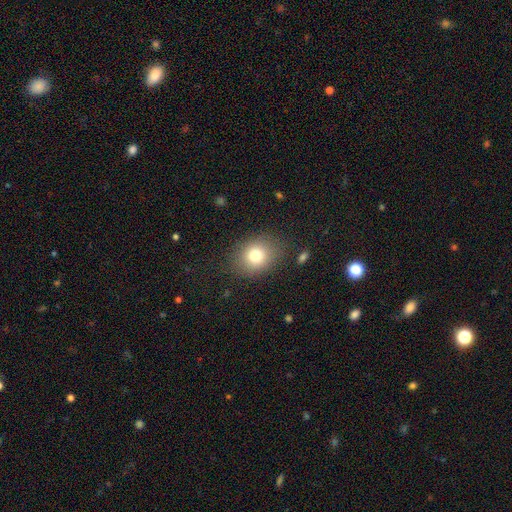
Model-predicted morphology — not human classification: smooth_or_featured: smooth (p=0.78) [alt: star or artifact p=0.12]
how_rounded: round (p=0.58) [alt: in between p=0.41]
merging: none (p=0.82) [alt: minor disturbance p=0.12]